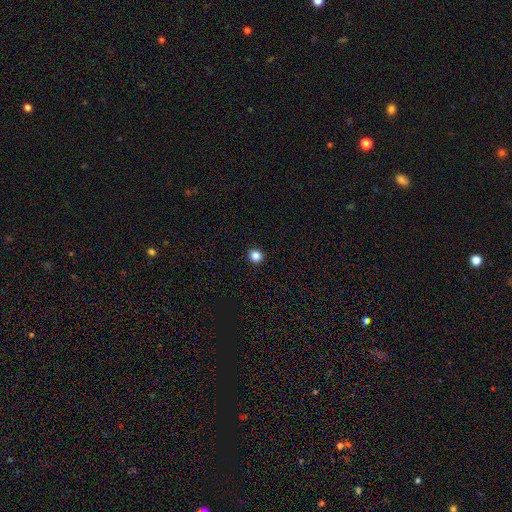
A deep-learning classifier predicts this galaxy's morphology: A smooth galaxy with no disk features (84%) that is round (92%). Merging: none (93%).